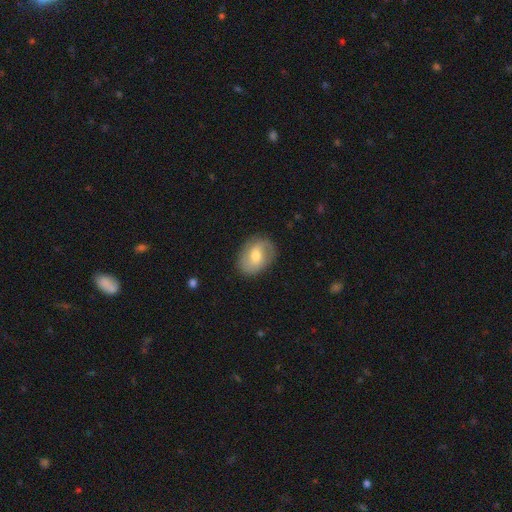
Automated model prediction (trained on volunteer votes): smooth-or-featured: featured or disk: 47% | smooth: 46% | star or artifact: 7%
  merging: none: 81% | minor disturbance: 14% | major disturbance: 4% | merger: 1%